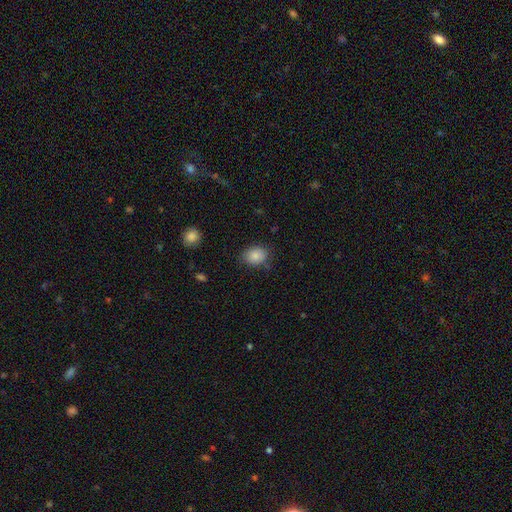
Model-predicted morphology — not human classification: Smooth or featured? smooth (86%)
How rounded? in between (61%)
Merging? none (76%)